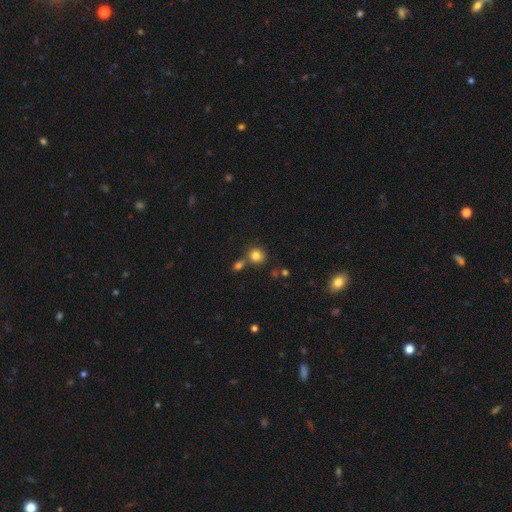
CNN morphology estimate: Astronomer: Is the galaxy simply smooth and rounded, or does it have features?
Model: smooth — 80%.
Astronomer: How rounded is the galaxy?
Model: round — 87%.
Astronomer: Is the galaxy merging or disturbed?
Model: none — 62%.